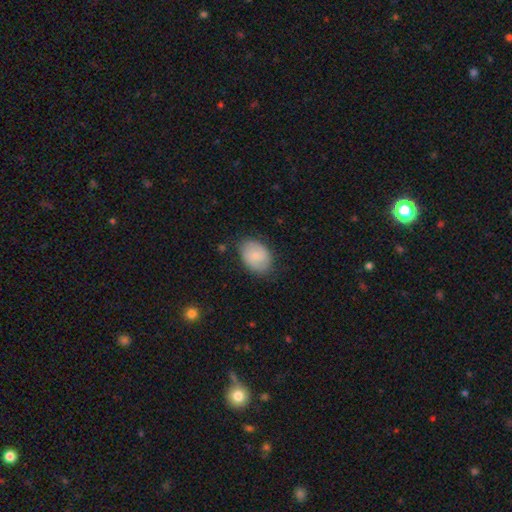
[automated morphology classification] Q: Smooth or featured?
A: smooth (68%); runner-up: featured or disk (25%)
Q: How rounded?
A: in between (74%); runner-up: round (25%)
Q: Merging?
A: none (77%); runner-up: minor disturbance (18%)